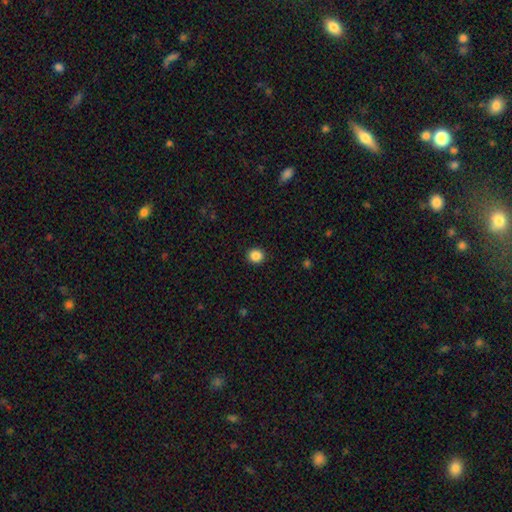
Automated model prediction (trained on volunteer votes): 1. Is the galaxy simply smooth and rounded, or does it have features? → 87% smooth, 10% star or artifact, 3% featured or disk.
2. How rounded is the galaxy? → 87% round, 12% in between, 1% cigar-shaped.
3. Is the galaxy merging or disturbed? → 92% none, 5% minor disturbance, 2% major disturbance, 1% merger.